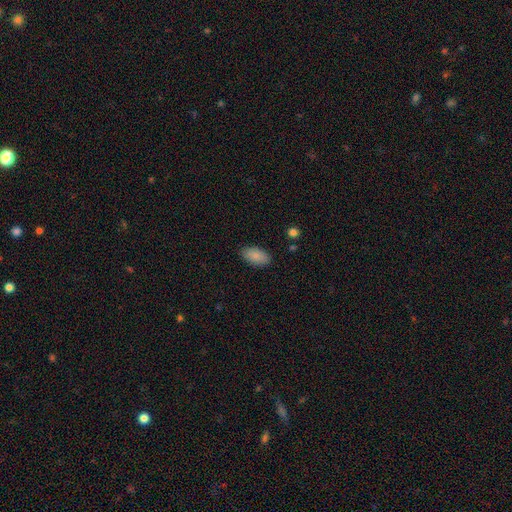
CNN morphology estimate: This appears to be a smooth galaxy with no disk features (87%) that is in between round and cigar-shaped (94%). Merging: none (87%).